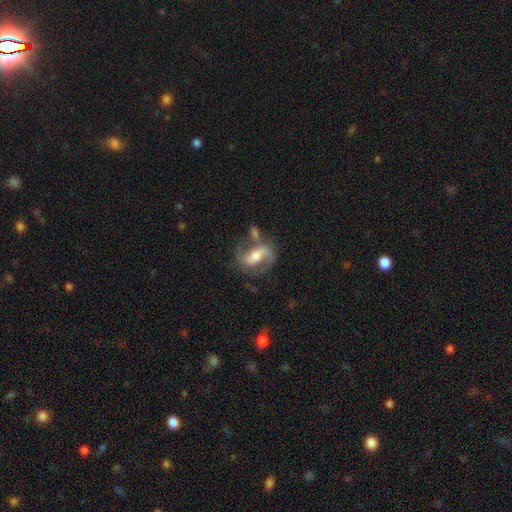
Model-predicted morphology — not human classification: This appears to be a featured or disk galaxy (82%) with a weak bar (40%), 2 (88%) medium (49%) spiral arms (93%) and a moderate central bulge (64%). Merging: none (59%).